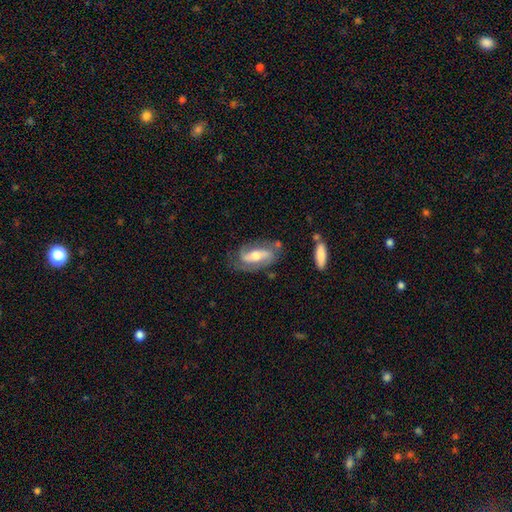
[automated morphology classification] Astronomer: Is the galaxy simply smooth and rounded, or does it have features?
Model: featured or disk — 72%.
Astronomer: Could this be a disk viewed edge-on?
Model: no — 88%.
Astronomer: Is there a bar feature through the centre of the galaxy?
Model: strong — 35% (runner-up: weak, 33%).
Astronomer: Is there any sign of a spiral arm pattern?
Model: yes — 88%.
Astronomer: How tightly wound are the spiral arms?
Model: medium — 43% (runner-up: loose, 33%).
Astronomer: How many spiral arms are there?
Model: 2 — 79%.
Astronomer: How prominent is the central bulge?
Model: moderate — 66%.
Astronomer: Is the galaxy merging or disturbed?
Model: none — 61%.